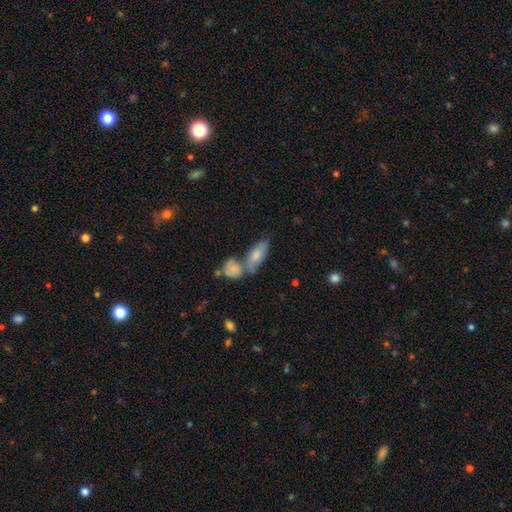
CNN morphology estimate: Smooth or featured? smooth (50%)
How rounded? in between (68%)
Merging? merger (43%)